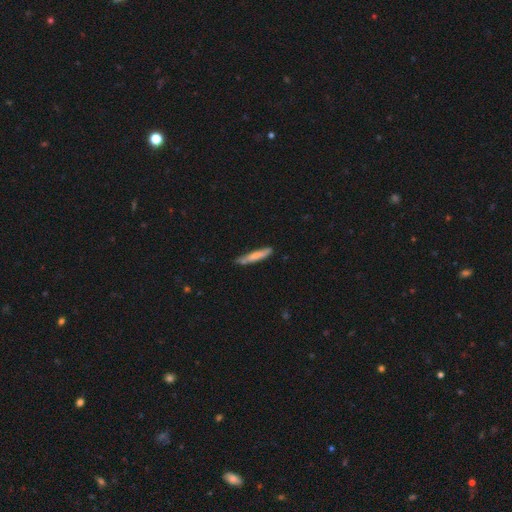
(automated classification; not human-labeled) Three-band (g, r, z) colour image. It shows a smooth galaxy with no disk features (72%) that is cigar-shaped (91%). Merging: none (71%).